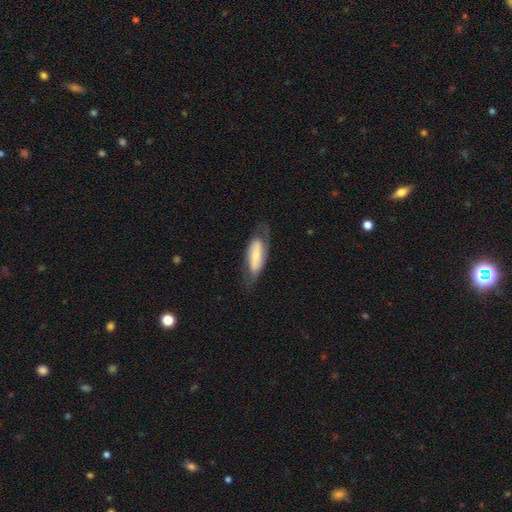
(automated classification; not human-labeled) Q: Smooth or featured?
A: featured or disk (48%); runner-up: smooth (46%)
Q: Merging?
A: none (61%); runner-up: minor disturbance (24%)